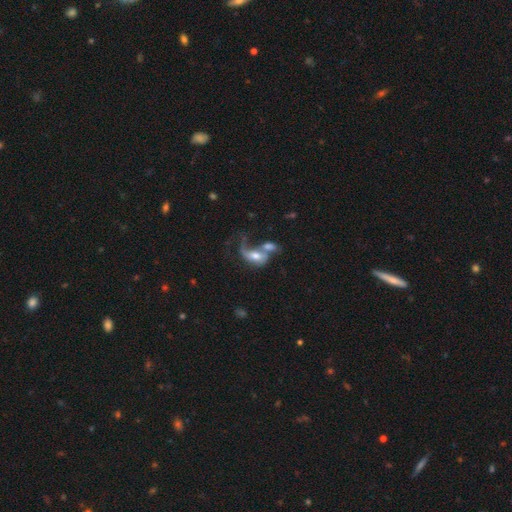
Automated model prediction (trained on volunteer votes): This is possibly a featured or disk galaxy (56%). It is clearly not viewed edge-on (93%). Bar: likely no (60%). Spiral arm pattern: likely yes (68%). Central bulge: likely moderate (61%). Merging: possibly merger (56%).